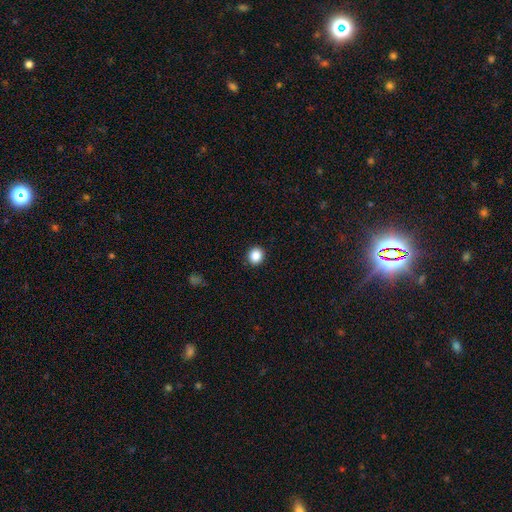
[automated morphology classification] A smooth galaxy with no disk features (87%) that is round (86%).

Vote fractions:
- Smooth or featured? smooth: 87% / star or artifact: 10% / featured or disk: 3%
- How rounded? round: 86% / in between: 13% / cigar-shaped: 1%
- Merging? none: 92% / minor disturbance: 5% / major disturbance: 2% / merger: 1%